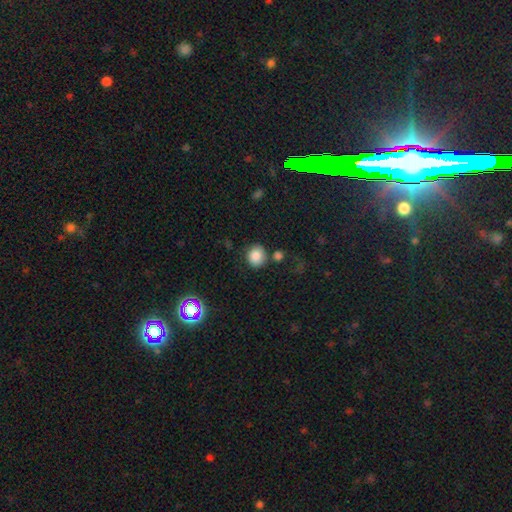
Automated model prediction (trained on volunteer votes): Smooth or featured? Predicted: smooth (p=0.84). How rounded? Predicted: round (p=0.84). Merging? Predicted: none (p=0.75).